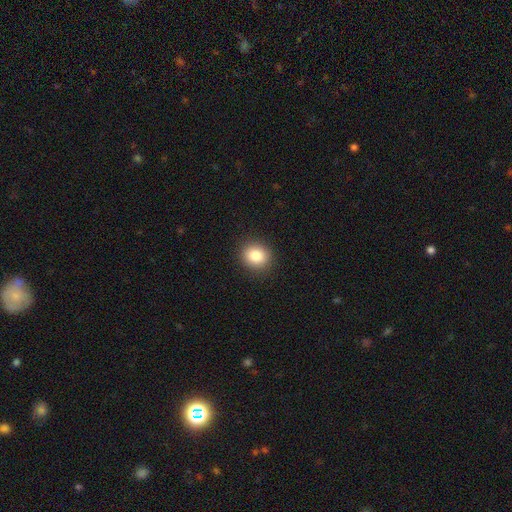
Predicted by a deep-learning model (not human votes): Smooth or featured? smooth (84%)
How rounded? round (79%)
Merging? none (91%)